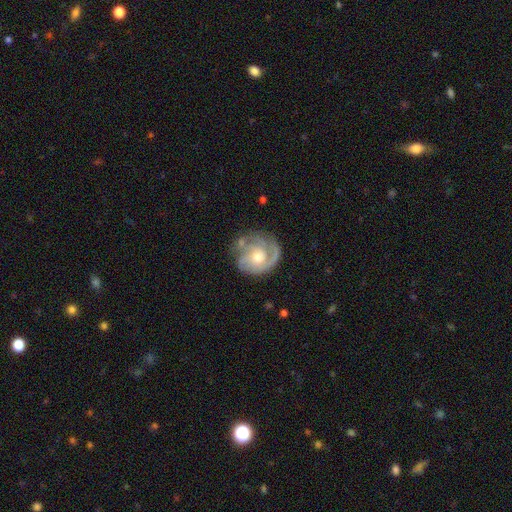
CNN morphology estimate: Smooth or featured? Predicted: featured or disk (p=0.83). Edge-on disk? Predicted: no (p=0.98). Bar? Predicted: no (p=0.74). Spiral arms? Predicted: yes (p=0.94). Spiral winding? Predicted: tight (p=0.55). Spiral arm count? Predicted: 2 (p=0.35). Bulge size? Predicted: moderate (p=0.64). Merging? Predicted: none (p=0.65).